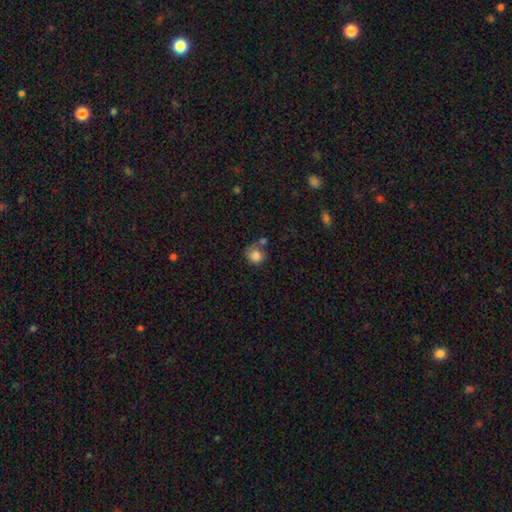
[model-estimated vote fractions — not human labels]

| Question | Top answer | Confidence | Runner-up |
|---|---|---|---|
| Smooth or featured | smooth | 84% | star or artifact (9%) |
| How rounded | round | 86% | in between (13%) |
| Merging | none | 51% | merger (22%) |